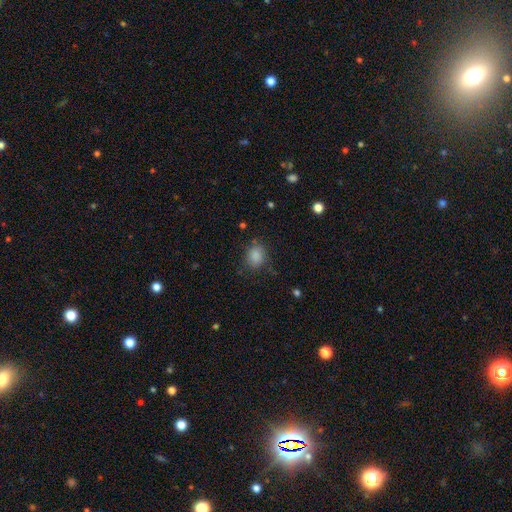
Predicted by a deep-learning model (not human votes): The model was most divided on "how rounded": round: 53%, in between: 46%, cigar-shaped: 1%. More confident: smooth or featured — smooth (86%); merging — none (79%).